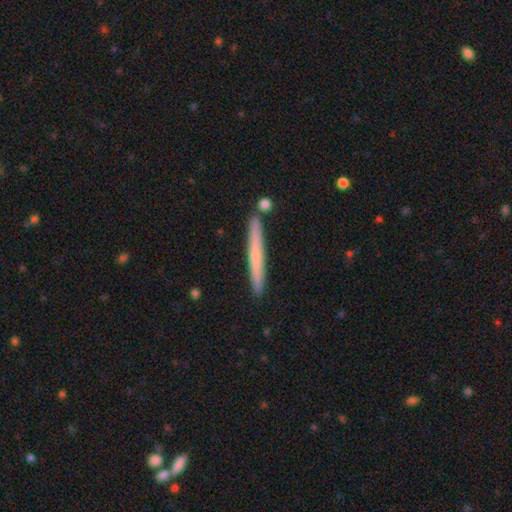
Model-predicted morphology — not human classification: Smooth or featured? smooth (60%)
How rounded? cigar-shaped (97%)
Merging? none (88%)